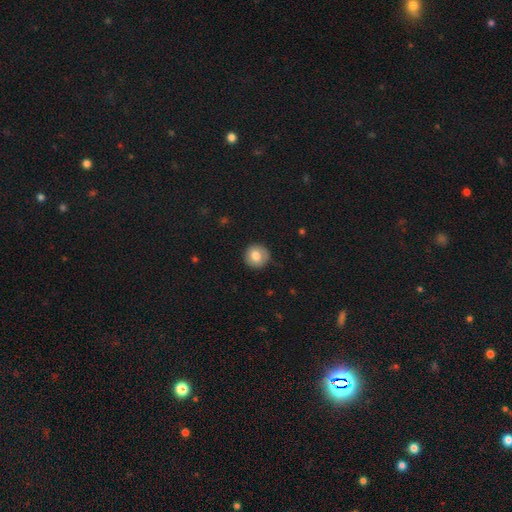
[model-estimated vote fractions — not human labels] A smooth galaxy with no disk features (79%) that is round (93%). Merging: none (88%).